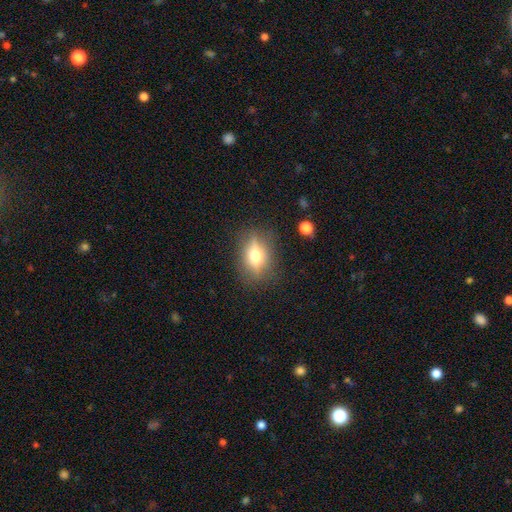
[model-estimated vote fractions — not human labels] Overall: smooth (48%; featured or disk 42%). Merging: none (79%).